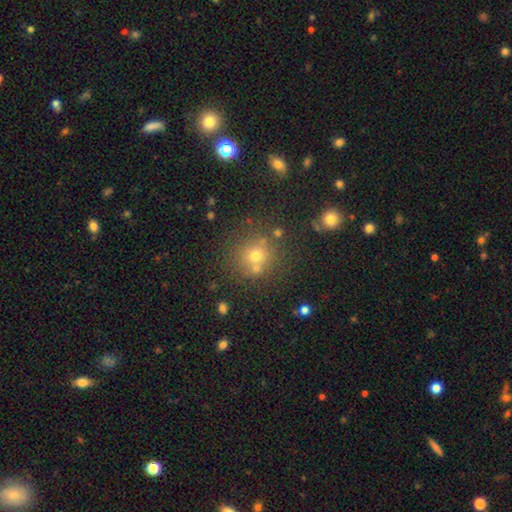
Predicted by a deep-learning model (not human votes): A smooth galaxy with no disk features (66%) that is round (89%). Merging: none (71%).